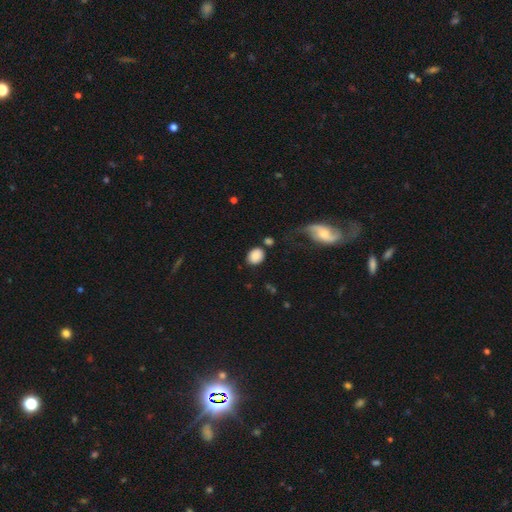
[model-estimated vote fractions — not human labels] smooth 84%, featured or disk 8%, star or artifact 8%. Down the decision tree: how rounded — round (55%); merging — none (74%).